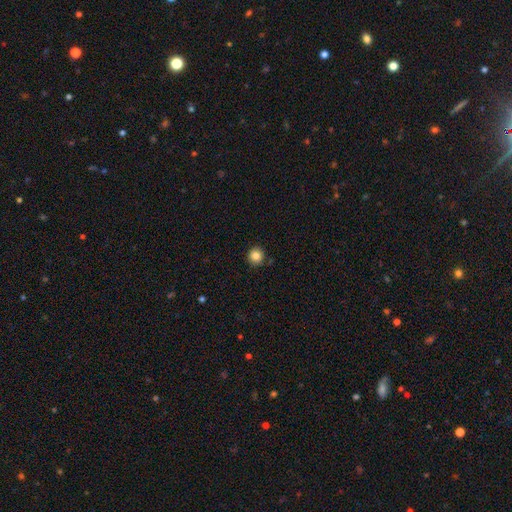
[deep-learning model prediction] Q: Smooth or featured?
A: smooth (84%); runner-up: star or artifact (11%)
Q: How rounded?
A: round (92%); runner-up: in between (7%)
Q: Merging?
A: none (88%); runner-up: minor disturbance (8%)